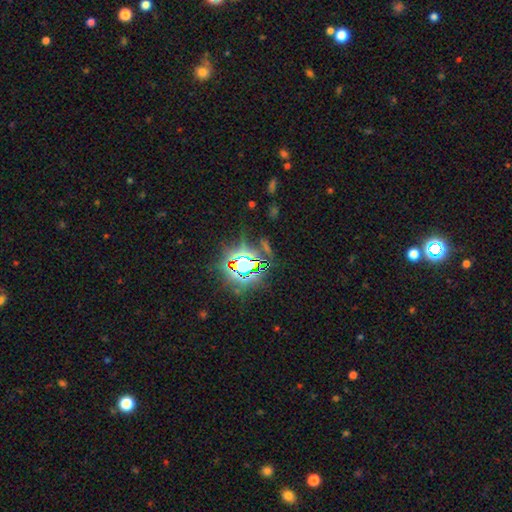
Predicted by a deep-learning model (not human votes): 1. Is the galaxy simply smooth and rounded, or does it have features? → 82% star or artifact, 10% smooth, 8% featured or disk.